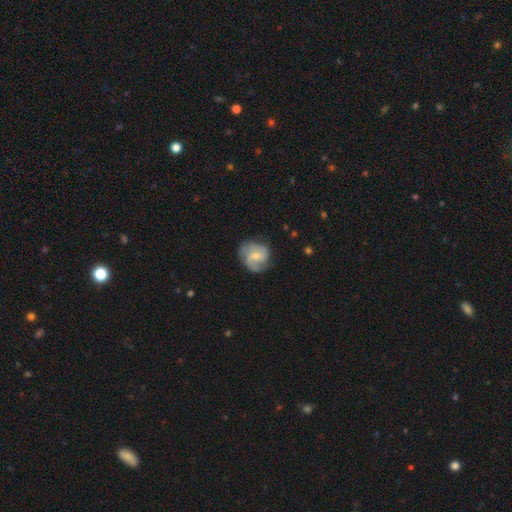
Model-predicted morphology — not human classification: This is likely a featured or disk galaxy (70%). It is clearly not viewed edge-on (98%). Bar: possibly no (46%). Spiral arm pattern: clearly yes (93%). Spiral arm count: possibly 2 (51%). Spiral winding: possibly medium (47%). Central bulge: possibly small (50%). Merging: likely none (67%).